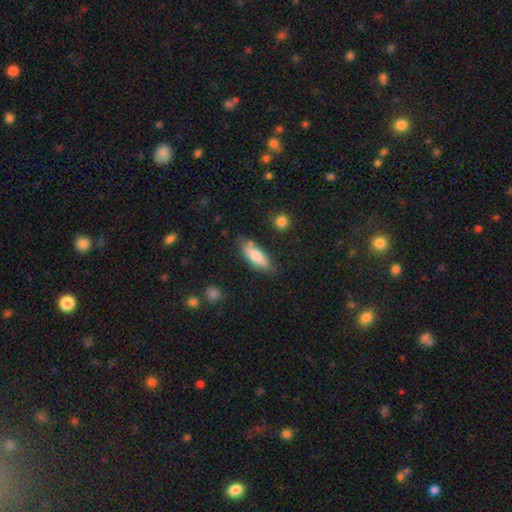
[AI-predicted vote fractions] Smooth or featured: smooth — 78% (featured or disk — 16%)
How rounded: in between — 63% (cigar-shaped — 35%)
Merging: none — 75% (minor disturbance — 18%)